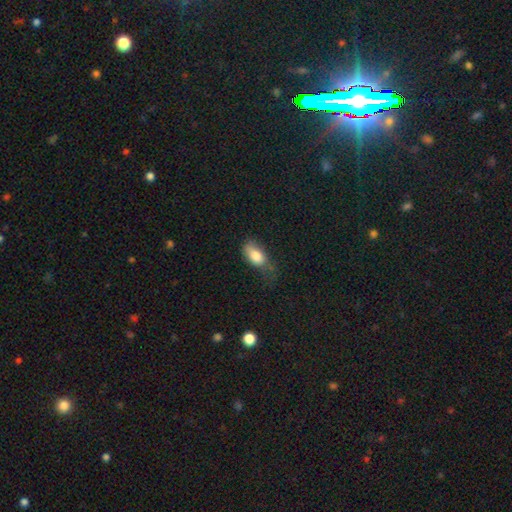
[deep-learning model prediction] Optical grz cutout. It shows a smooth galaxy with no disk features (80%) that is in between round and cigar-shaped (89%). Merging: none (37%).